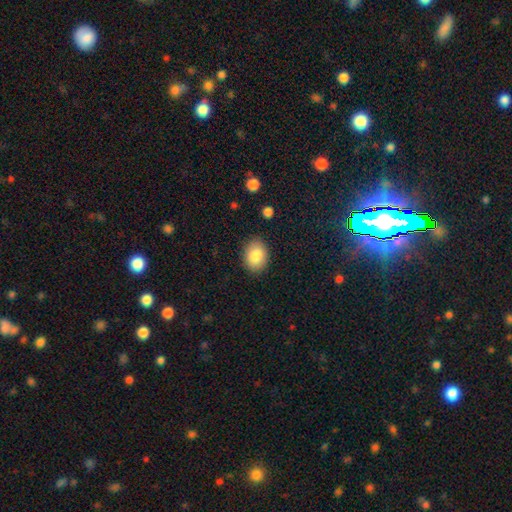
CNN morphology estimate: Smooth or featured? Predicted: smooth (p=0.85). How rounded? Predicted: in between (p=0.75). Merging? Predicted: none (p=0.86).